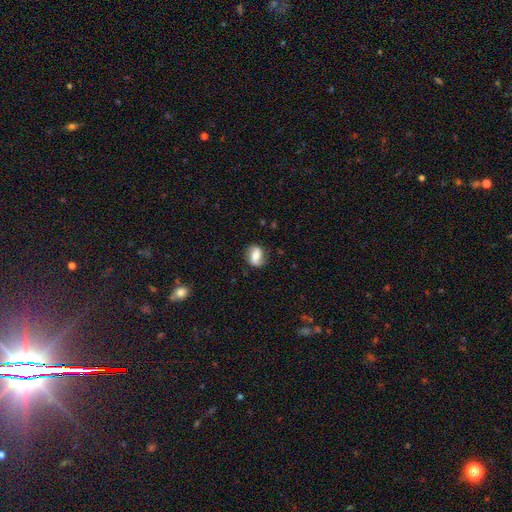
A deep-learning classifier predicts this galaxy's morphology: smooth_or_featured: featured or disk (p=0.57) [alt: smooth p=0.34]
disk_edge_on: no (p=0.96) [alt: yes p=0.04]
bar: weak (p=0.39) [alt: no p=0.32]
has_spiral_arms: yes (p=0.89) [alt: no p=0.11]
bulge_size: moderate (p=0.42) [alt: large p=0.25]
merging: none (p=0.76) [alt: minor disturbance p=0.16]